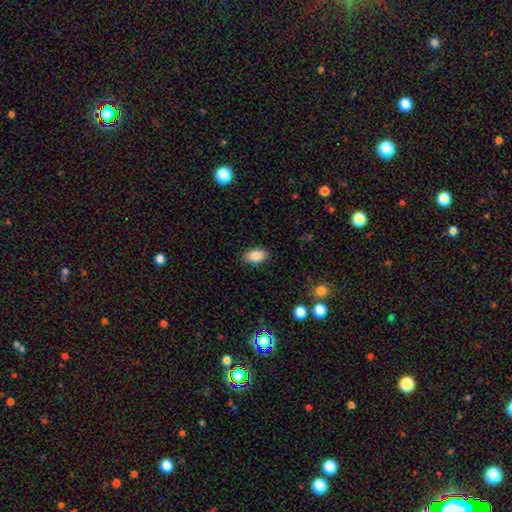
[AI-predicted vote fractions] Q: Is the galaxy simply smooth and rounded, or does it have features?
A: smooth — 86%.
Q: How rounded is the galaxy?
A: in between — 92%.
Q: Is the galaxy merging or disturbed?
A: none — 88%.